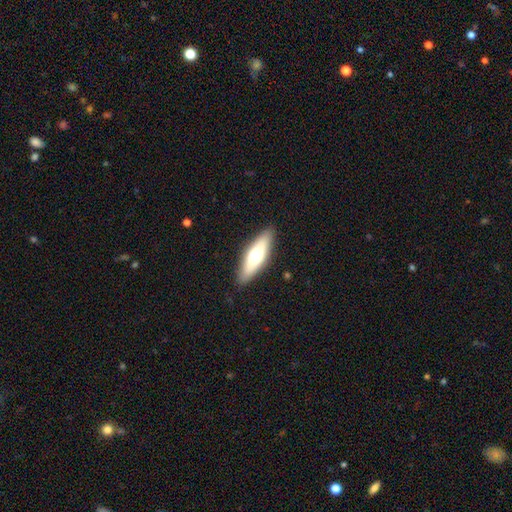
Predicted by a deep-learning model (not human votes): Smooth or featured? Predicted: smooth (p=0.58). How rounded? Predicted: cigar-shaped (p=0.53). Merging? Predicted: none (p=0.88).